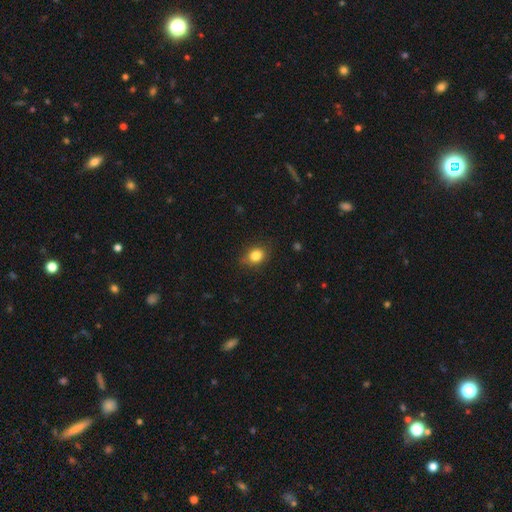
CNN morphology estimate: This is clearly a smooth galaxy (83%). How rounded: possibly in between (52%). Merging: likely none (80%).